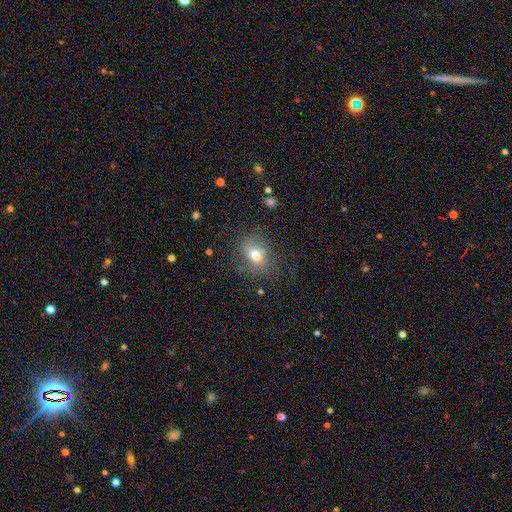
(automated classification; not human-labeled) This appears to be a smooth galaxy with no disk features (72%) that is in between round and cigar-shaped (50%). Merging: none (71%).